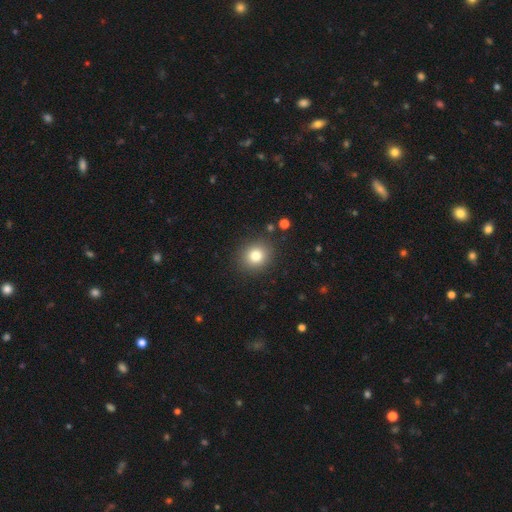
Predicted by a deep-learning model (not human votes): The model was most divided on "smooth or featured": smooth: 80%, star or artifact: 12%, featured or disk: 8%. More confident: merging — none (89%); how rounded — round (84%).